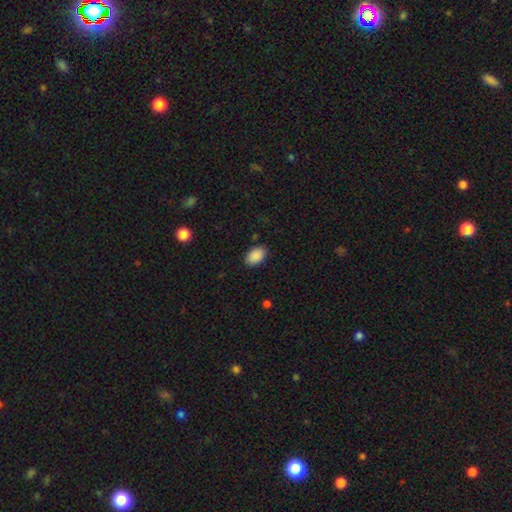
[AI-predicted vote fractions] Smooth or featured?
  - smooth: 90% *
  - star or artifact: 7%
  - featured or disk: 3%
How rounded?
  - in between: 89% *
  - round: 10%
  - cigar-shaped: 1%
Merging?
  - none: 86% *
  - minor disturbance: 10%
  - major disturbance: 2%
  - merger: 1%